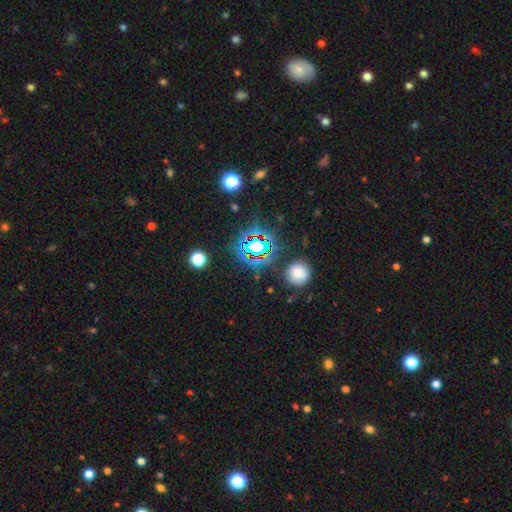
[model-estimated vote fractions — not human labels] smooth_or_featured: star or artifact (p=0.69) [alt: smooth p=0.21]